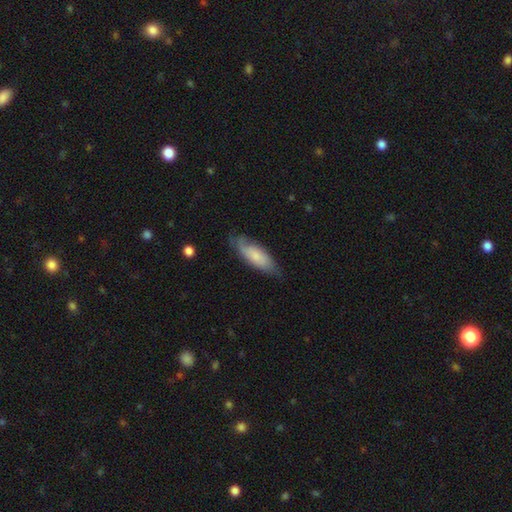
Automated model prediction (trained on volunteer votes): Smooth or featured? smooth (59%)
How rounded? in between (66%)
Merging? none (65%)